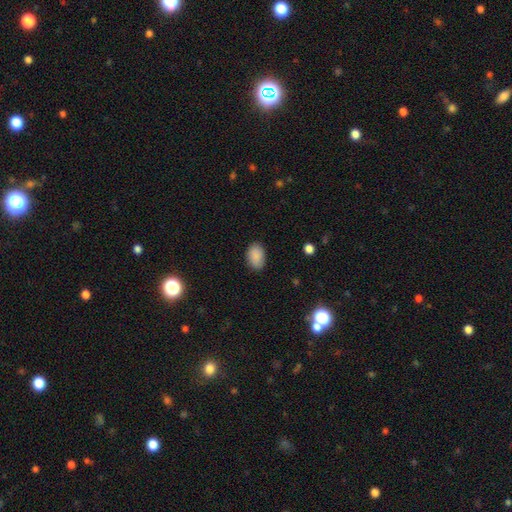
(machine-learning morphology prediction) type=smooth (89%); roundness=in between (88%); merging=none (86%).